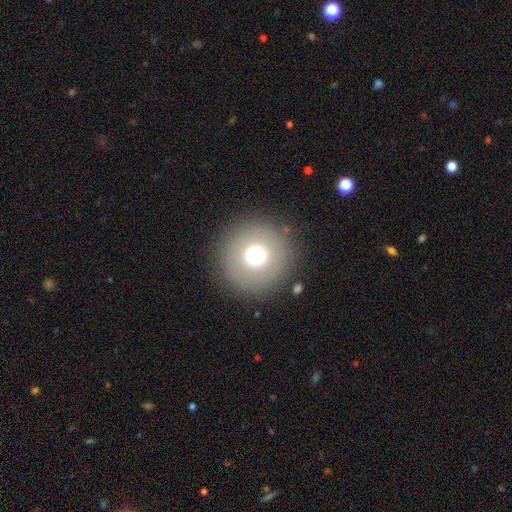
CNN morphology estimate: Q: Smooth or featured?
A: smooth (69%); runner-up: star or artifact (16%)
Q: How rounded?
A: round (97%); runner-up: in between (2%)
Q: Merging?
A: none (89%); runner-up: minor disturbance (6%)